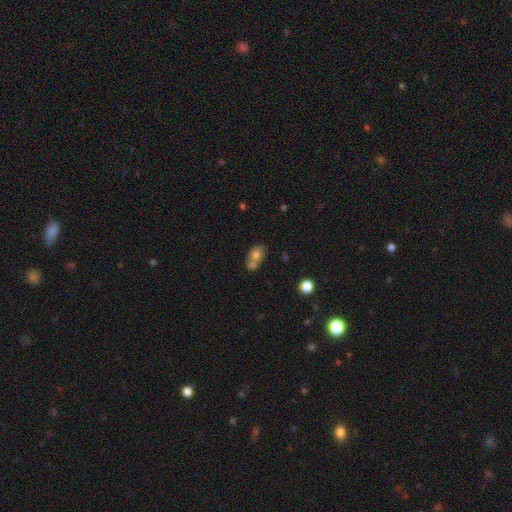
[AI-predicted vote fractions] This is likely a smooth galaxy (71%). How rounded: likely in between (65%). Merging: possibly merger (53%).